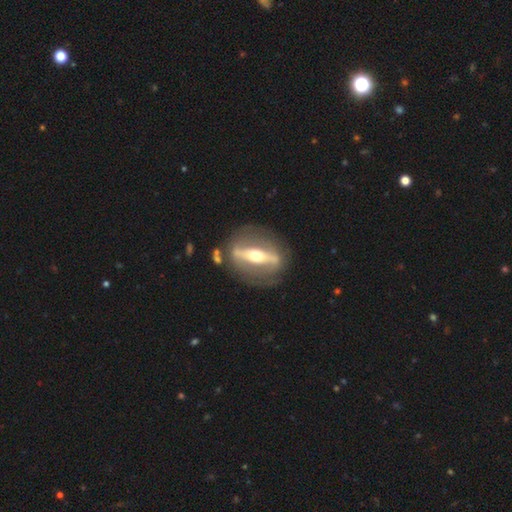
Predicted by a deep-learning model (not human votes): Smooth or featured: featured or disk — 80% (smooth — 14%)
Edge-on disk: no — 52% (yes — 48%)
Merging: none — 78% (minor disturbance — 12%)